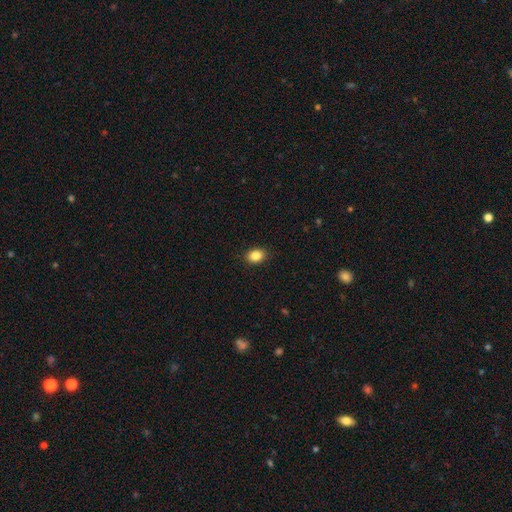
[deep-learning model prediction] This appears to be a smooth galaxy with no disk features (86%) that is in between round and cigar-shaped (67%). Merging: none (90%).